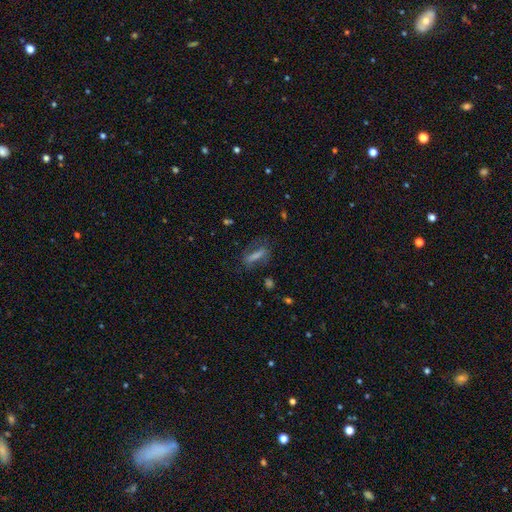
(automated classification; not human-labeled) Morphology: type=smooth (49%); merging=none (73%).